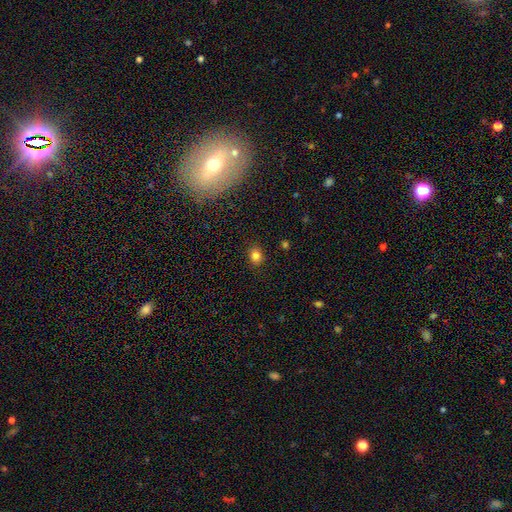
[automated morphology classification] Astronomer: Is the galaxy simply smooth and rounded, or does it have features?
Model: smooth — 82%.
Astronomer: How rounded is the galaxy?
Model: round — 54% (runner-up: in between, 45%).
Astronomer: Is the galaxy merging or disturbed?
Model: none — 89%.